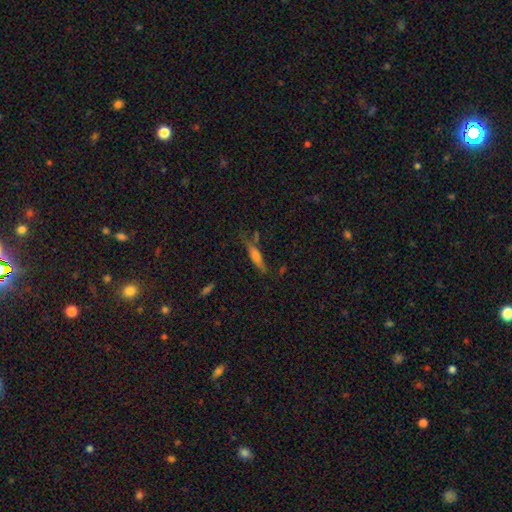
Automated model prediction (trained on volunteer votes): A smooth galaxy with no disk features (49%).

Vote fractions:
- Smooth or featured? smooth: 49% / featured or disk: 39% / star or artifact: 11%
- Merging? none: 69% / minor disturbance: 19% / major disturbance: 6% / merger: 6%